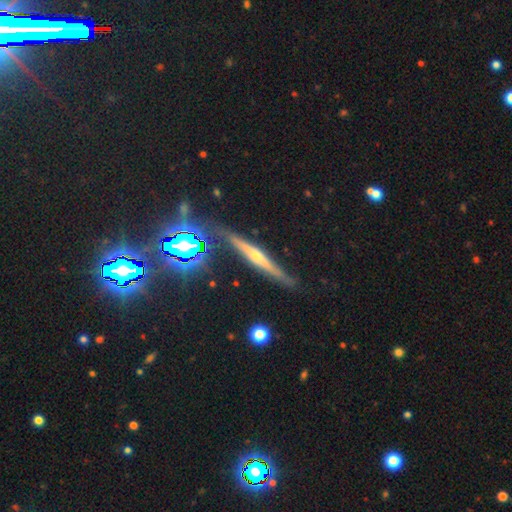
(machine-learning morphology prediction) The model was most divided on "smooth or featured": featured or disk: 69%, smooth: 20%, star or artifact: 12%. More confident: edge-on disk — yes (96%); merging — none (82%); edge-on bulge — rounded (73%).